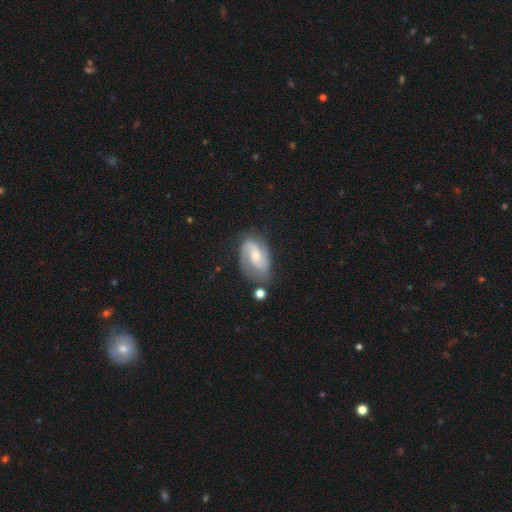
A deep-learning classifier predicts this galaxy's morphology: smooth-or-featured: featured or disk: 81% | smooth: 14% | star or artifact: 6%
  disk-edge-on: no: 97% | yes: 3%
    bar: weak: 45% (tied) | no: 45% (tied) | strong: 10%
    has-spiral-arms: yes: 96% | no: 4%
      spiral-winding: medium: 51% | loose: 25% | tight: 24%
      spiral-arm-count: 2: 83% | can't tell: 6% | 1: 5% | 3: 3% | 4: 1% | more than 4: 1%
    bulge-size: moderate: 51% | small: 38% | large: 5% | none: 5% | dominant: 1%
  merging: none: 66% | minor disturbance: 21% | major disturbance: 8% | merger: 5%